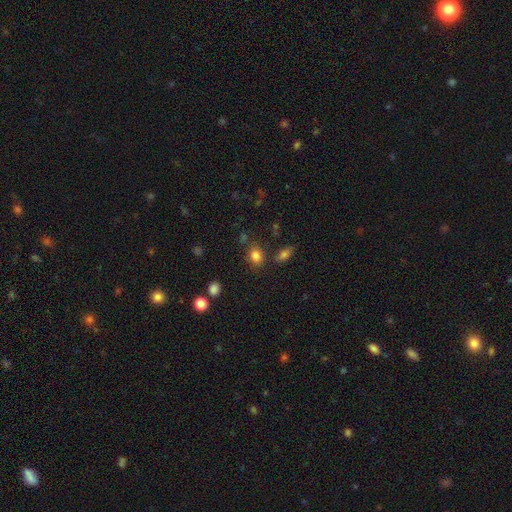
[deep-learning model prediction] smooth-or-featured: smooth: 83% | star or artifact: 11% | featured or disk: 6%
  how-rounded: in between: 57% | round: 41% | cigar-shaped: 1%
  merging: none: 76% | minor disturbance: 13% | merger: 7% | major disturbance: 4%